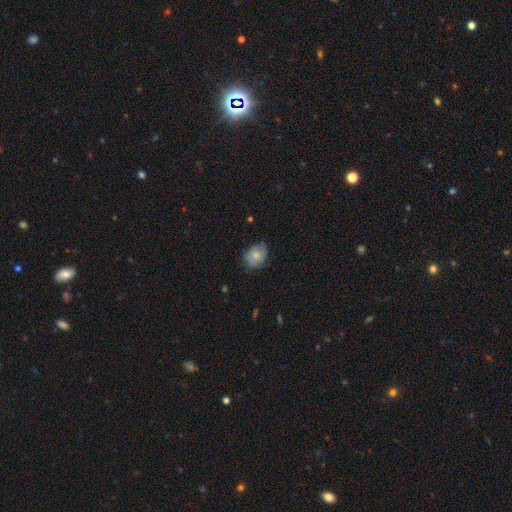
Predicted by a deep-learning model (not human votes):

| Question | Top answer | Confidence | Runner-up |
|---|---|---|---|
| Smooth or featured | smooth | 67% | featured or disk (25%) |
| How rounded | in between | 50% | round (49%) |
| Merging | none | 62% | minor disturbance (30%) |